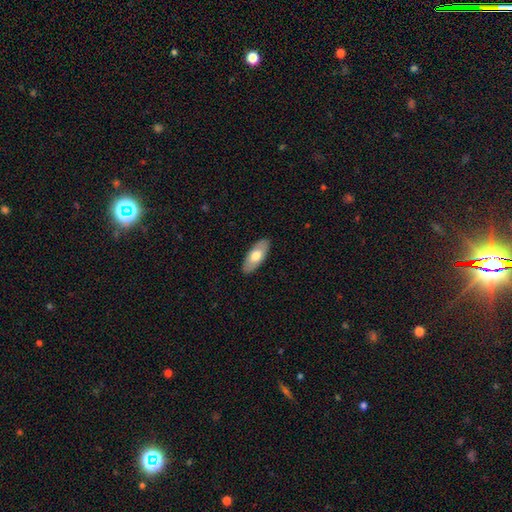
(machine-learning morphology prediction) This appears to be a smooth galaxy with no disk features (68%) that is in between round and cigar-shaped (86%). Merging: none (89%).